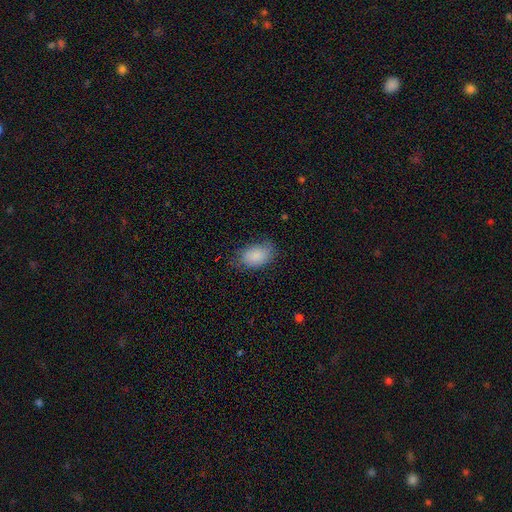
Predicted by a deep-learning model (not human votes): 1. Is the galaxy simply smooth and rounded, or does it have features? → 86% smooth, 7% star or artifact, 7% featured or disk.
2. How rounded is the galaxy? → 89% in between, 10% round, 1% cigar-shaped.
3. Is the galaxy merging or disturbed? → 72% none, 21% minor disturbance, 6% major disturbance, 1% merger.